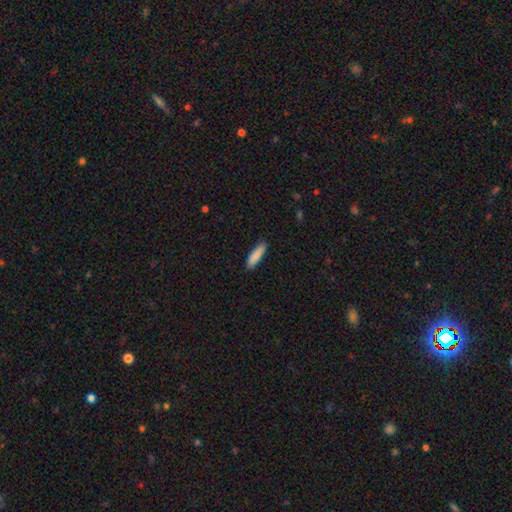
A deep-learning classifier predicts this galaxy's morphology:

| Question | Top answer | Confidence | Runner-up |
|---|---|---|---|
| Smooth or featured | smooth | 88% | featured or disk (7%) |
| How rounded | cigar-shaped | 68% | in between (30%) |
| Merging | none | 86% | minor disturbance (11%) |